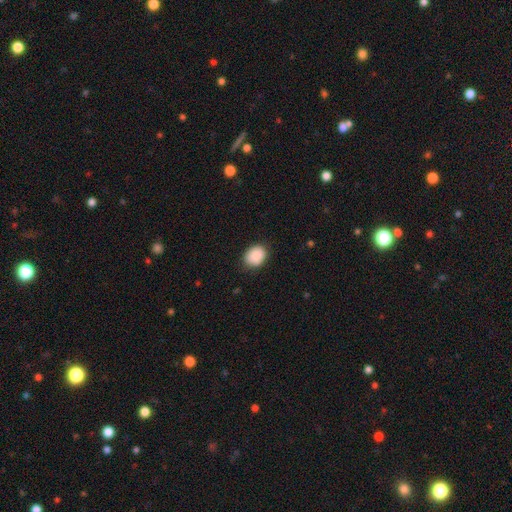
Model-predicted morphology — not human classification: A smooth galaxy with no disk features (89%) that is in between round and cigar-shaped (56%). Merging: none (82%).